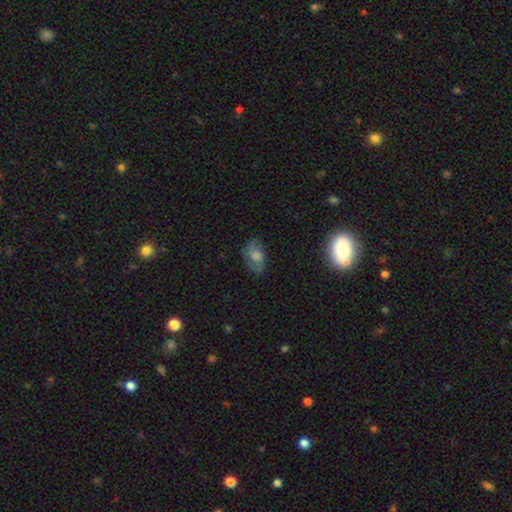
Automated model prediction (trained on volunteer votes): smooth 52%, featured or disk 36%, star or artifact 12%. Down the decision tree: how rounded — in between (85%); merging — none (70%).